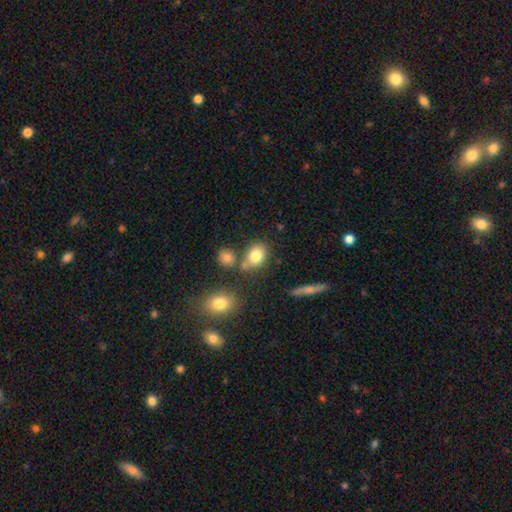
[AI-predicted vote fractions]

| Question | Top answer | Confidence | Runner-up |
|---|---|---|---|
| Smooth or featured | smooth | 80% | star or artifact (11%) |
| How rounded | in between | 60% | round (38%) |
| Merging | none | 62% | merger (18%) |